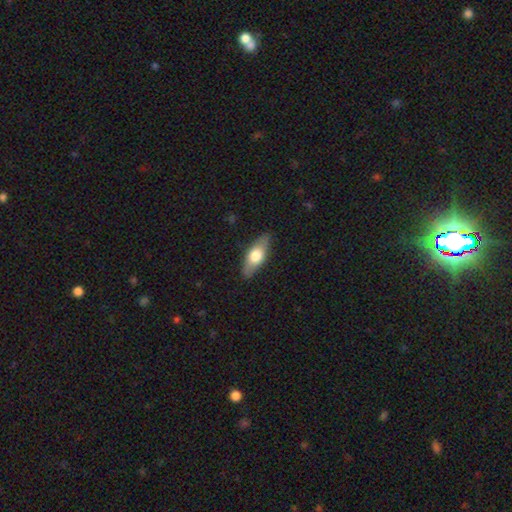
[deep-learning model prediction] smooth_or_featured: smooth (p=0.60) [alt: featured or disk p=0.35]
how_rounded: in between (p=0.72) [alt: cigar-shaped p=0.25]
merging: none (p=0.85) [alt: minor disturbance p=0.11]